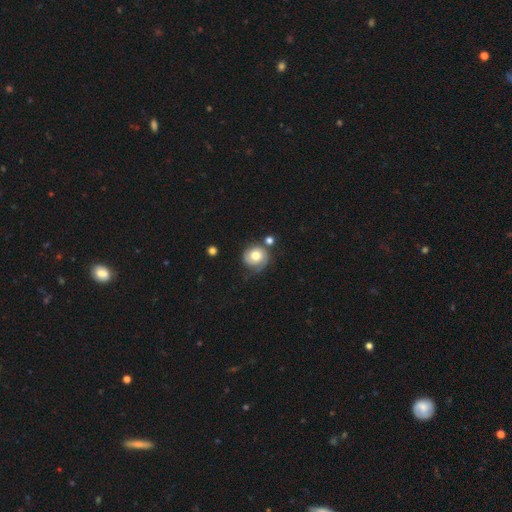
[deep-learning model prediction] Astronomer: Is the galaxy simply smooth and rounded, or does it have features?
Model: smooth — 49% (runner-up: featured or disk, 44%).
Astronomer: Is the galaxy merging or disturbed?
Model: none — 60%.